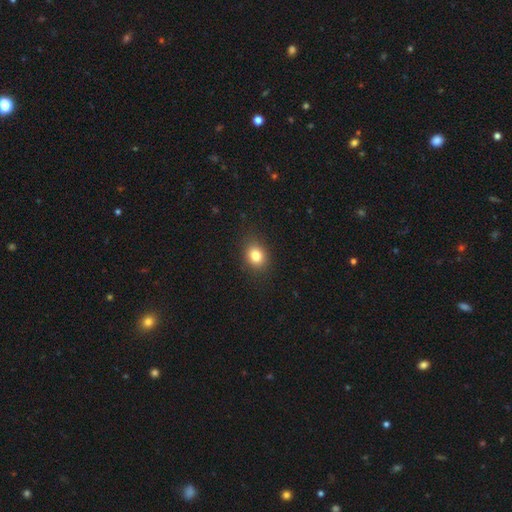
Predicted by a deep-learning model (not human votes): A smooth galaxy with no disk features (81%) that is round (55%).

Vote fractions:
- Smooth or featured? smooth: 81% / star or artifact: 11% / featured or disk: 8%
- How rounded? round: 55% / in between: 44% / cigar-shaped: 1%
- Merging? none: 86% / minor disturbance: 10% / major disturbance: 3% / merger: 1%